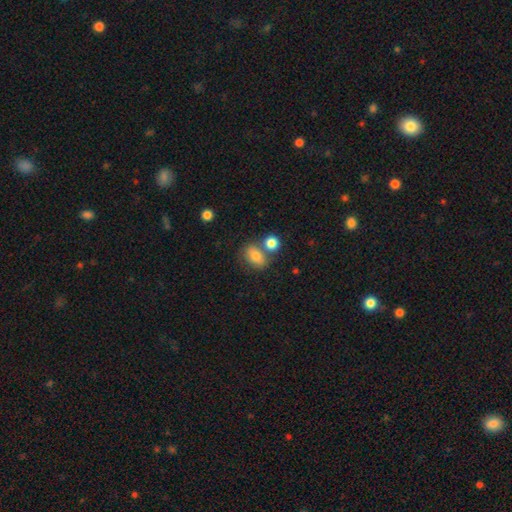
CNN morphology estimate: smooth-or-featured: smooth: 78% | featured or disk: 12% | star or artifact: 10%
  how-rounded: in between: 71% | round: 27% | cigar-shaped: 2%
  merging: none: 52% | merger: 31% | minor disturbance: 13% | major disturbance: 5%